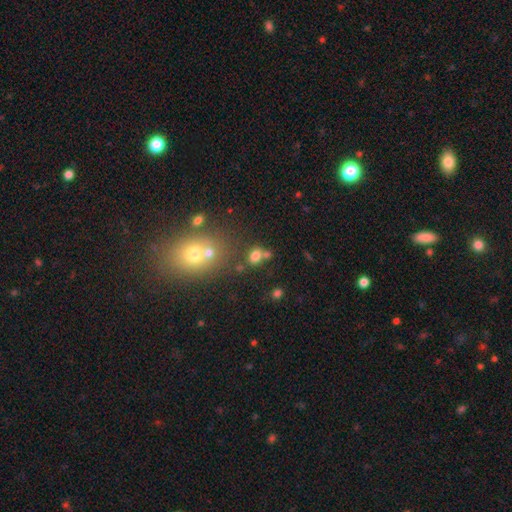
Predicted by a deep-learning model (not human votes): smooth_or_featured: smooth (p=0.73) [alt: star or artifact p=0.17]
how_rounded: in between (p=0.51) [alt: round p=0.47]
merging: none (p=0.52) [alt: merger p=0.30]